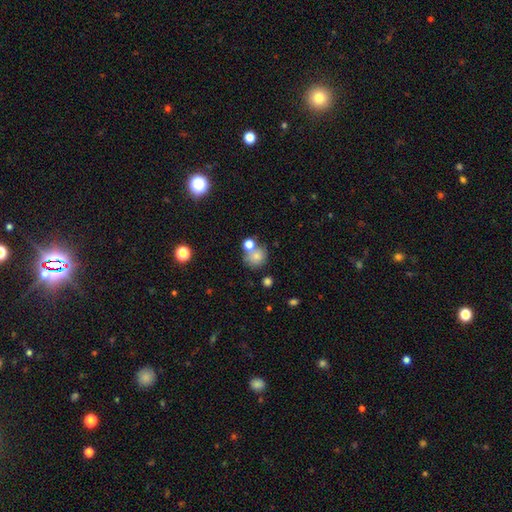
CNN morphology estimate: Q: Smooth or featured?
A: smooth (75%); runner-up: featured or disk (13%)
Q: How rounded?
A: round (84%); runner-up: in between (15%)
Q: Merging?
A: none (51%); runner-up: merger (30%)